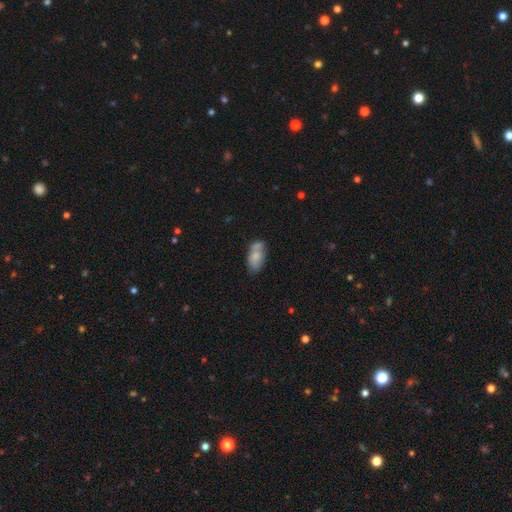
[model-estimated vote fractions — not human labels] A smooth galaxy with no disk features (71%) that is in between round and cigar-shaped (91%). Merging: none (52%).